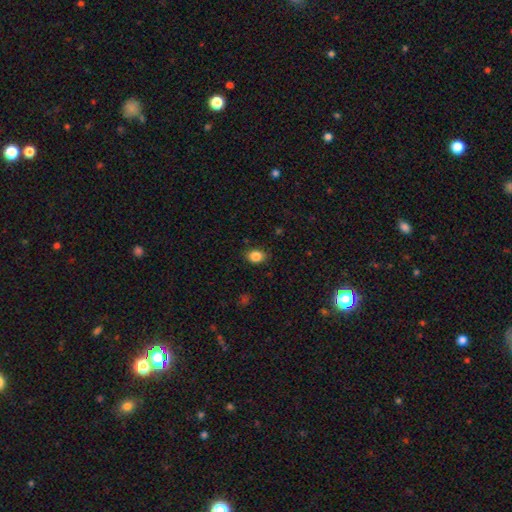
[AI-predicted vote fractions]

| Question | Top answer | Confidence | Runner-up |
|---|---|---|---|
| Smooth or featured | smooth | 86% | star or artifact (10%) |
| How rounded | in between | 64% | round (35%) |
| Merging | none | 84% | minor disturbance (12%) |